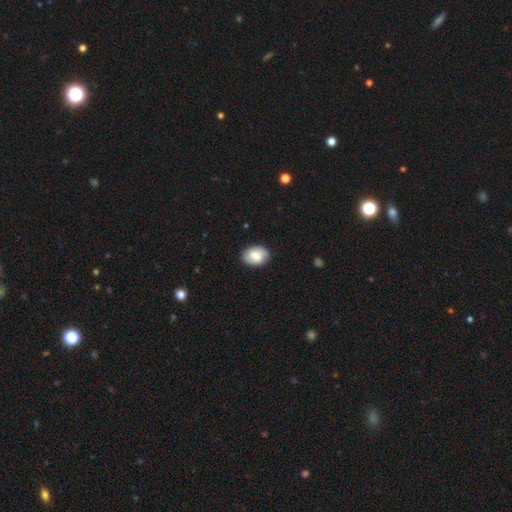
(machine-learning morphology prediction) A smooth galaxy with no disk features (70%) that is in between round and cigar-shaped (71%). Merging: none (82%).